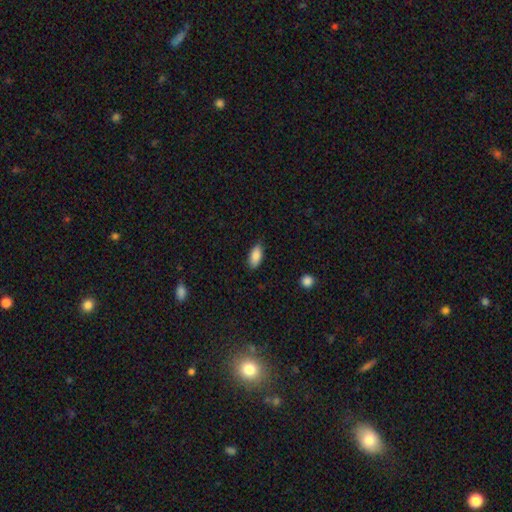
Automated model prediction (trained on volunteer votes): This appears to be a smooth galaxy with no disk features (88%) that is in between round and cigar-shaped (89%). Merging: none (84%).